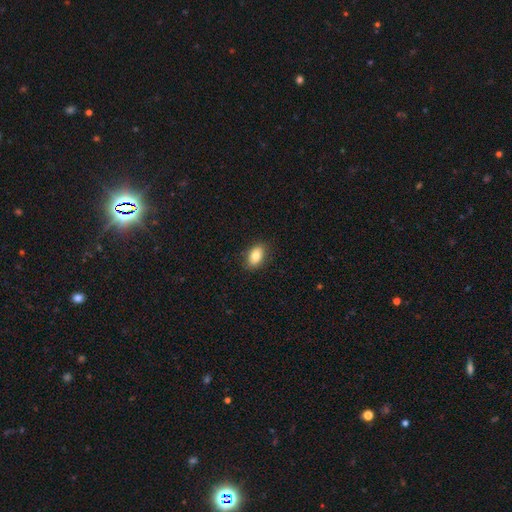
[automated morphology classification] Overall: smooth (83%). How rounded: in between (88%). Merging: none (87%).